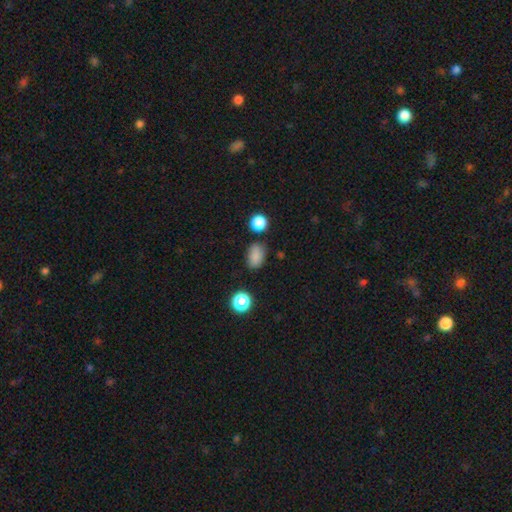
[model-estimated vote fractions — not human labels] Smooth or featured? smooth (84%)
How rounded? in between (81%)
Merging? none (74%)